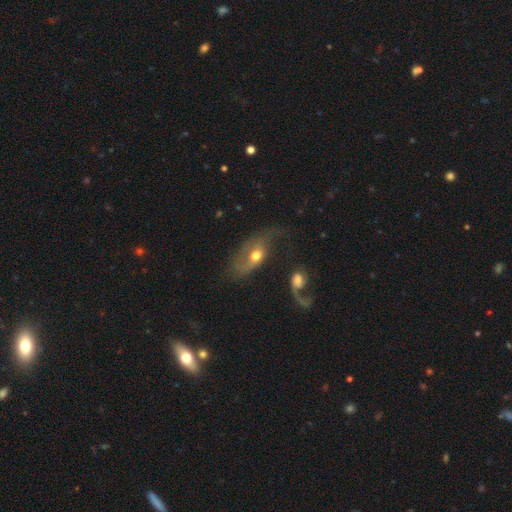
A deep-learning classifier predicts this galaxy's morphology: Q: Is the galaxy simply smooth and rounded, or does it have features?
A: featured or disk — 56%.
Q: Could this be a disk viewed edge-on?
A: no — 90%.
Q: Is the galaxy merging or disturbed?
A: none — 35%.